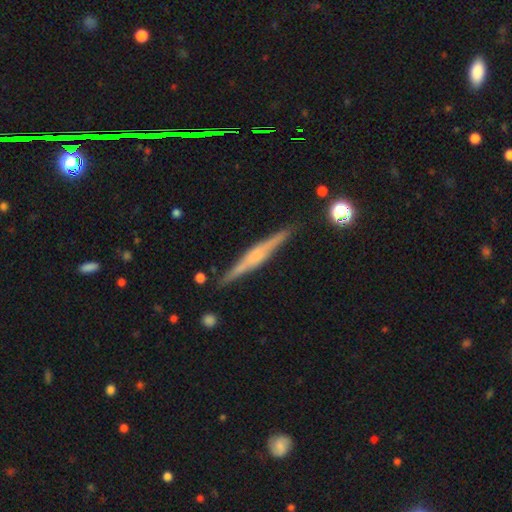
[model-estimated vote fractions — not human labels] Q: Smooth or featured?
A: featured or disk (72%); runner-up: smooth (21%)
Q: Edge-on disk?
A: yes (98%); runner-up: no (2%)
Q: Edge-on bulge?
A: rounded (56%); runner-up: boxy (30%)
Q: Merging?
A: none (88%); runner-up: minor disturbance (9%)